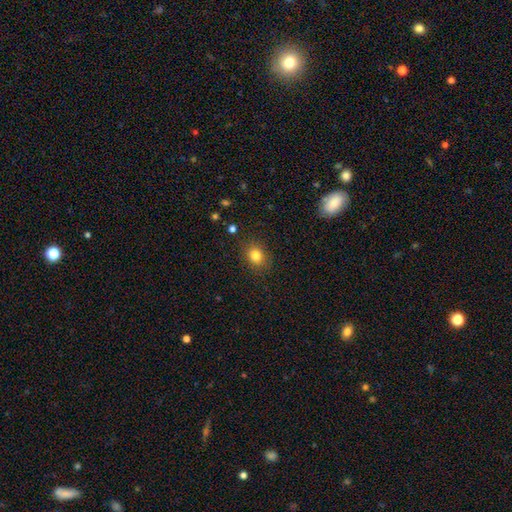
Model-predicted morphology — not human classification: A smooth galaxy with no disk features (82%) that is round (62%).

Vote fractions:
- Smooth or featured? smooth: 82% / star or artifact: 12% / featured or disk: 6%
- How rounded? round: 62% / in between: 37% / cigar-shaped: 1%
- Merging? none: 87% / minor disturbance: 9% / major disturbance: 3% / merger: 1%